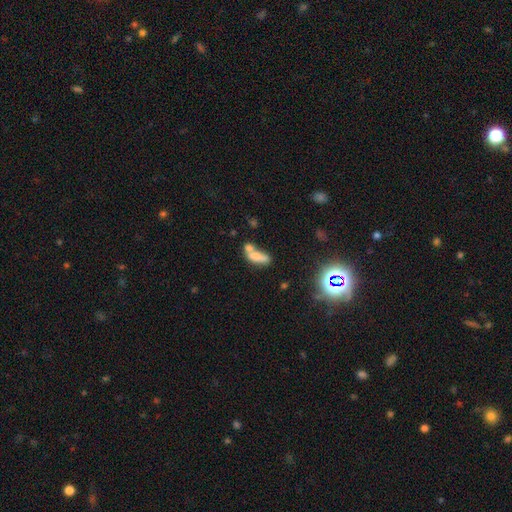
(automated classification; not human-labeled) Smooth or featured: smooth — 69% (featured or disk — 19%)
How rounded: in between — 66% (cigar-shaped — 29%)
Merging: merger — 48% (none — 30%)